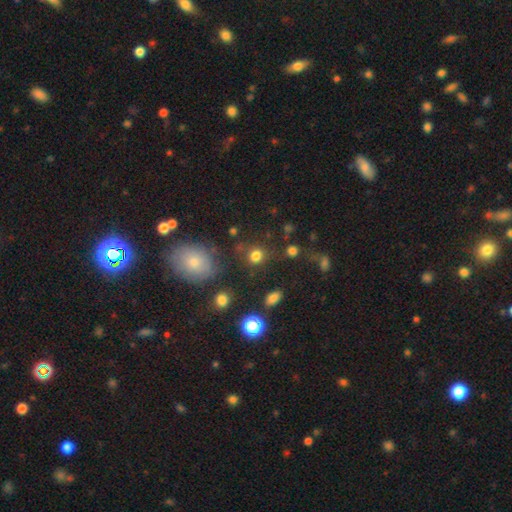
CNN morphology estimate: A smooth galaxy with no disk features (79%) that is round (82%).

Vote fractions:
- Smooth or featured? smooth: 79% / star or artifact: 15% / featured or disk: 6%
- How rounded? round: 82% / in between: 17% / cigar-shaped: 1%
- Merging? none: 74% / minor disturbance: 13% / major disturbance: 7% / merger: 6%